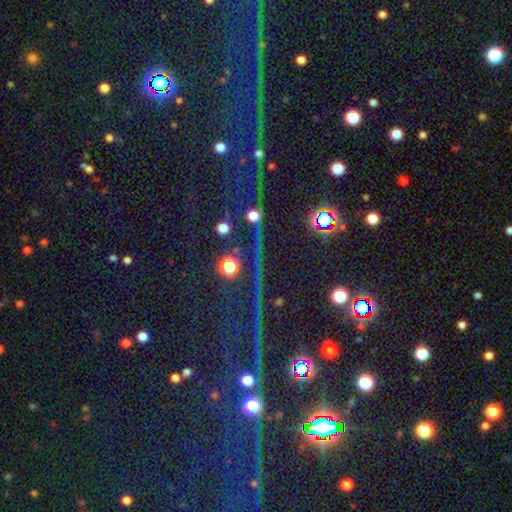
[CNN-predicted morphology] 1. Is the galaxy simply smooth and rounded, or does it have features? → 79% star or artifact, 11% smooth, 10% featured or disk.